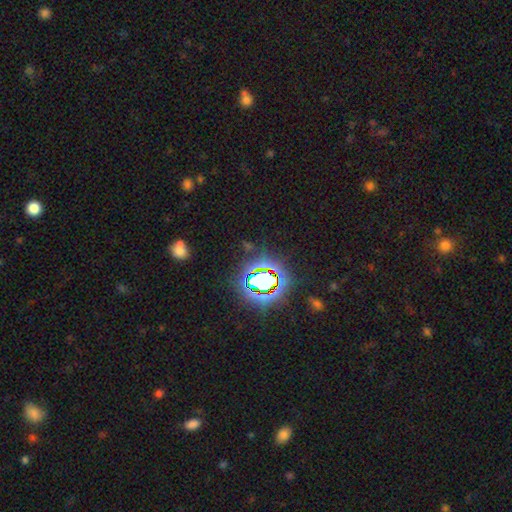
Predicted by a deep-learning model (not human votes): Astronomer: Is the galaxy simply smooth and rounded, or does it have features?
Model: star or artifact — 78%.